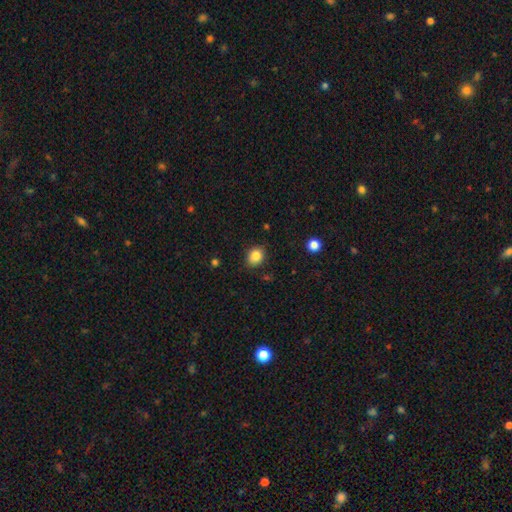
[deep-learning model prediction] Smooth or featured? smooth (85%)
How rounded? round (54%)
Merging? none (85%)